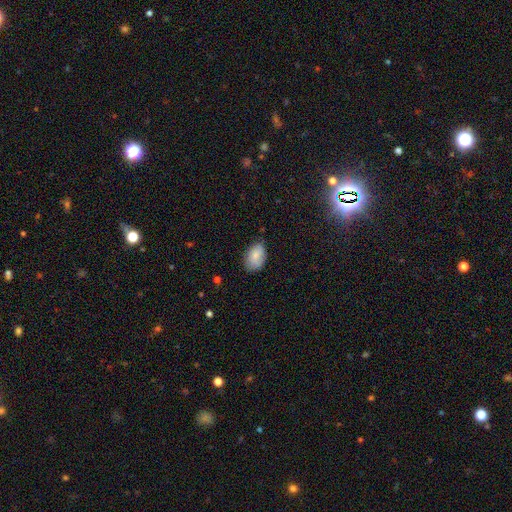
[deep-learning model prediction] smooth 79%, featured or disk 13%, star or artifact 7%. Down the decision tree: how rounded — in between (89%); merging — none (67%).